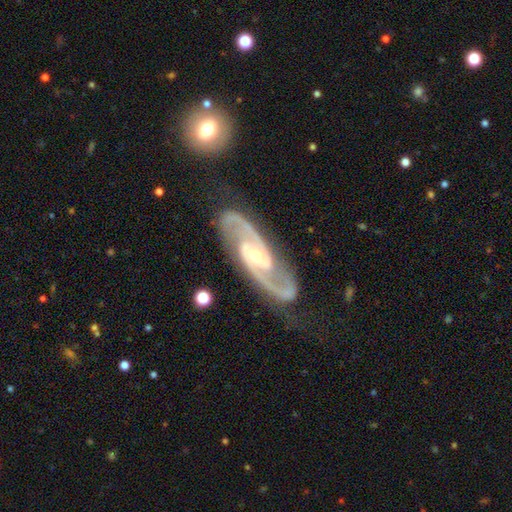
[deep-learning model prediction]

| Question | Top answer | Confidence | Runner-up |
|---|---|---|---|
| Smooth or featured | featured or disk | 92% | star or artifact (4%) |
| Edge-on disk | no | 95% | yes (5%) |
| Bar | weak | 40% | no (39%) |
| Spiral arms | yes | 98% | no (2%) |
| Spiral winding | medium | 56% | tight (32%) |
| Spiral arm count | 2 | 92% | can't tell (2%) |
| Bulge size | small | 56% | moderate (39%) |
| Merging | none | 79% | minor disturbance (14%) |